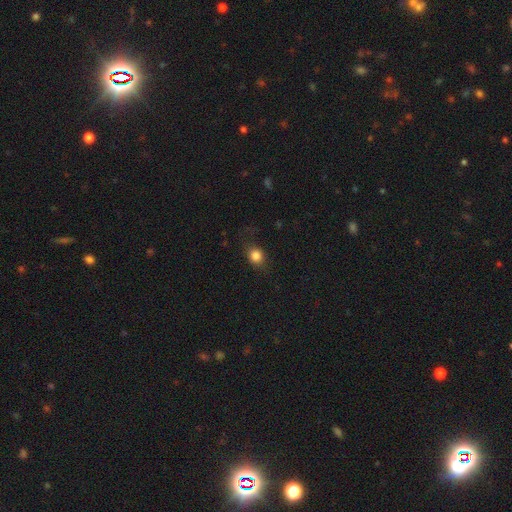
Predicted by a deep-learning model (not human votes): smooth_or_featured: smooth (p=0.82) [alt: star or artifact p=0.11]
how_rounded: round (p=0.67) [alt: in between p=0.31]
merging: none (p=0.74) [alt: minor disturbance p=0.17]